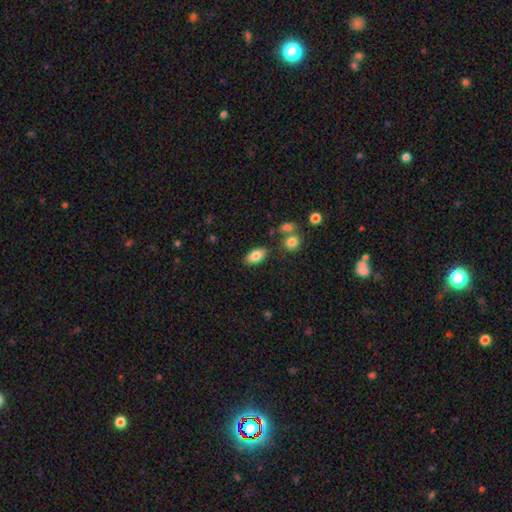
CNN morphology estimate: smooth-or-featured: smooth: 82% | featured or disk: 10% | star or artifact: 8%
  how-rounded: in between: 91% | cigar-shaped: 4% | round: 4%
  merging: none: 83% | minor disturbance: 10% | merger: 5% | major disturbance: 3%